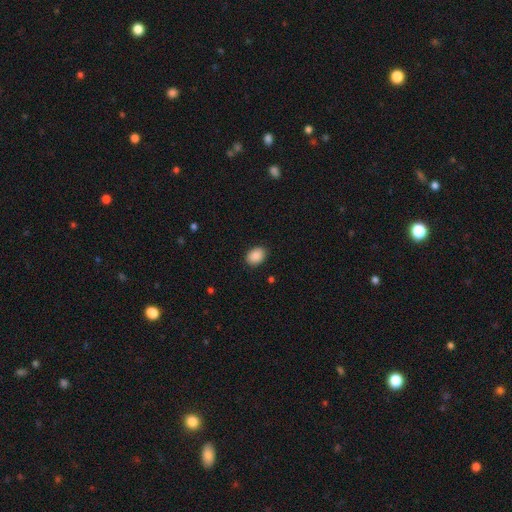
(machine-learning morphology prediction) A smooth galaxy with no disk features (89%) that is in between round and cigar-shaped (69%).

Vote fractions:
- Smooth or featured? smooth: 89% / star or artifact: 8% / featured or disk: 3%
- How rounded? in between: 69% / round: 30% / cigar-shaped: 1%
- Merging? none: 88% / minor disturbance: 9% / major disturbance: 2% / merger: 1%